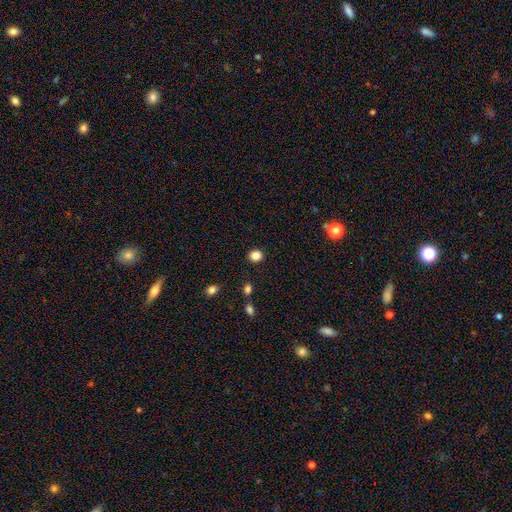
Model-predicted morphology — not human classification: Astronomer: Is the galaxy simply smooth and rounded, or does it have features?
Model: smooth — 85%.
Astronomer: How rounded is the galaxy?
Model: round — 74%.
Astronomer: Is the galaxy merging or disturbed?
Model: none — 90%.